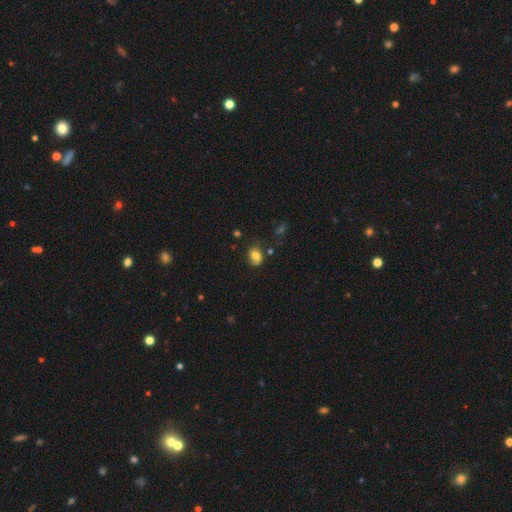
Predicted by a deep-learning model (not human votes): A smooth galaxy with no disk features (70%) that is in between round and cigar-shaped (57%).

Vote fractions:
- Smooth or featured? smooth: 70% / featured or disk: 20% / star or artifact: 11%
- How rounded? in between: 57% / round: 42% / cigar-shaped: 1%
- Merging? none: 58% / minor disturbance: 27% / major disturbance: 11% / merger: 4%